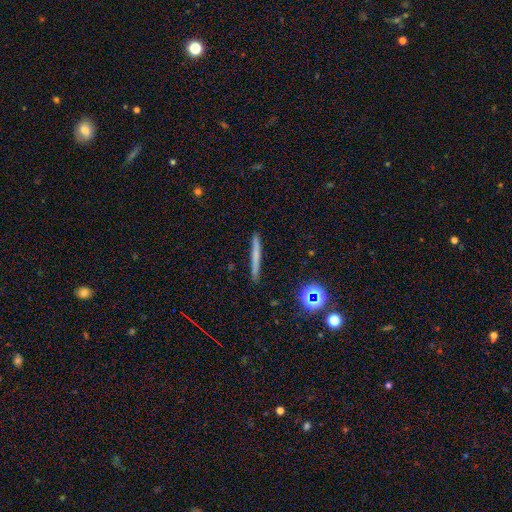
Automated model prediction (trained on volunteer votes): A smooth galaxy with no disk features (56%) that is cigar-shaped (95%).

Vote fractions:
- Smooth or featured? smooth: 56% / featured or disk: 32% / star or artifact: 12%
- How rounded? cigar-shaped: 95% / round: 3% / in between: 3%
- Merging? none: 90% / minor disturbance: 7% / major disturbance: 2% / merger: 1%